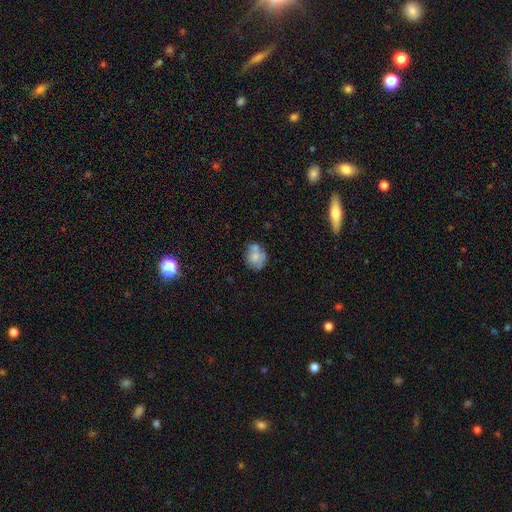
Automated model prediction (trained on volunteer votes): smooth 65%, featured or disk 26%, star or artifact 9%. Down the decision tree: how rounded — round (55%); merging — none (51%).